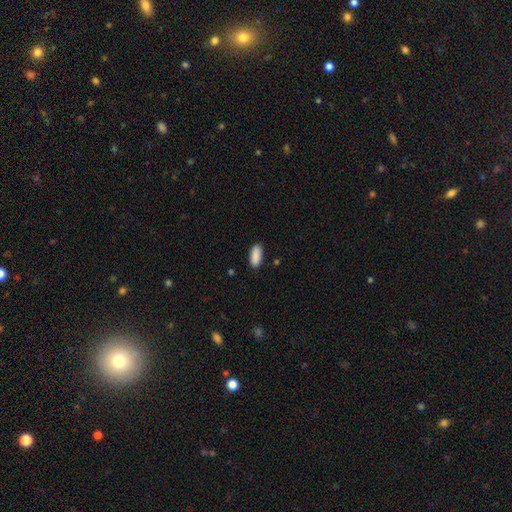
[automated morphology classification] Smooth or featured? smooth (91%)
How rounded? in between (85%)
Merging? none (89%)